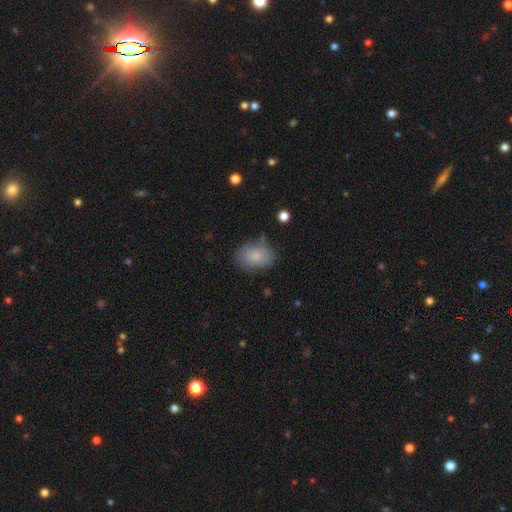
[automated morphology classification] smooth-or-featured: smooth: 79% | featured or disk: 13% | star or artifact: 8%
  how-rounded: in between: 74% | round: 25% | cigar-shaped: 1%
  merging: none: 69% | minor disturbance: 23% | major disturbance: 6% | merger: 2%